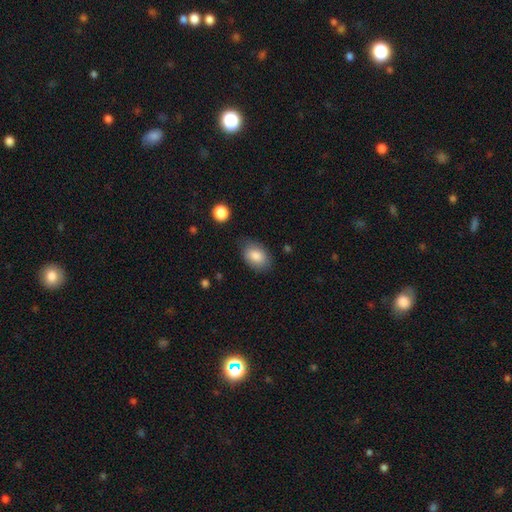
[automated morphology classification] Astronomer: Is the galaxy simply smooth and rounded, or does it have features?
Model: smooth — 84%.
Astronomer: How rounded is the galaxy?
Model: in between — 85%.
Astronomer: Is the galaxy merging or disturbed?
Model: none — 76%.